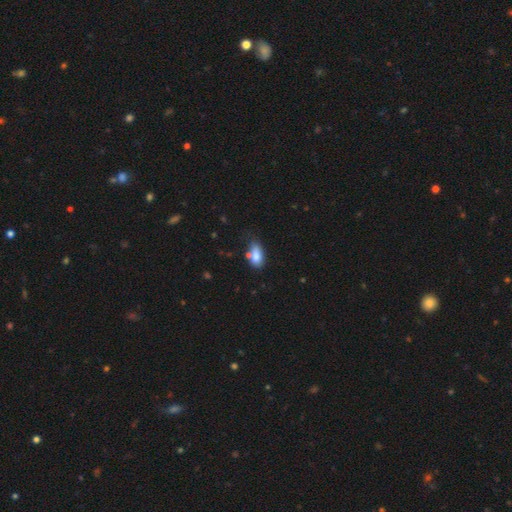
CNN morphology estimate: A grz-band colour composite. It shows a smooth galaxy with no disk features (81%) that is in between round and cigar-shaped (87%). Merging: none (49%).